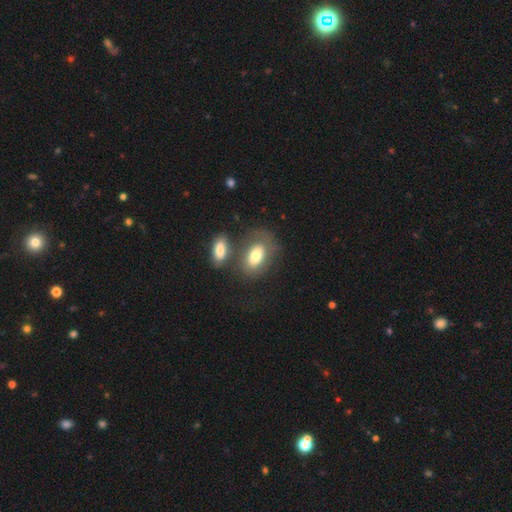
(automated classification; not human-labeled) The model was most divided on "merging": none: 48%, merger: 28%, minor disturbance: 15%, major disturbance: 9%. More confident: how rounded — in between (87%); smooth or featured — smooth (70%).